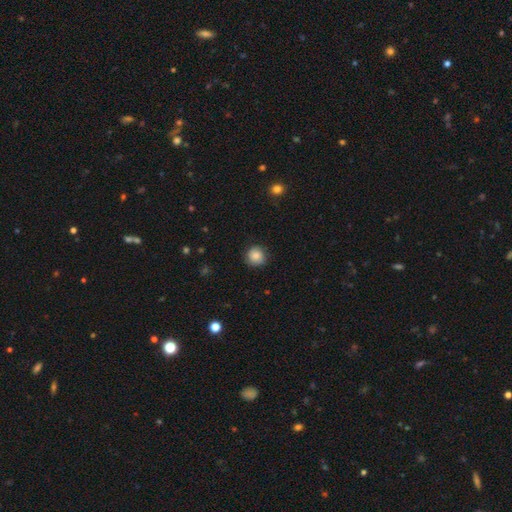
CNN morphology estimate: Smooth or featured?
  - smooth: 82% *
  - featured or disk: 9%
  - star or artifact: 9%
How rounded?
  - round: 91% *
  - in between: 8%
  - cigar-shaped: 1%
Merging?
  - none: 84% *
  - minor disturbance: 12%
  - major disturbance: 3%
  - merger: 1%